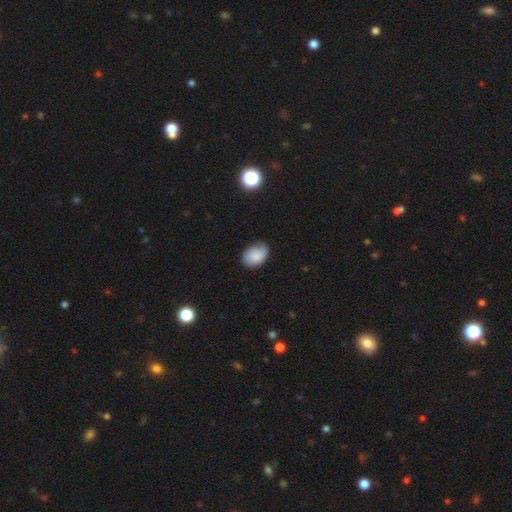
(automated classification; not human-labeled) Smooth or featured? Predicted: smooth (p=0.83). How rounded? Predicted: in between (p=0.80). Merging? Predicted: none (p=0.72).